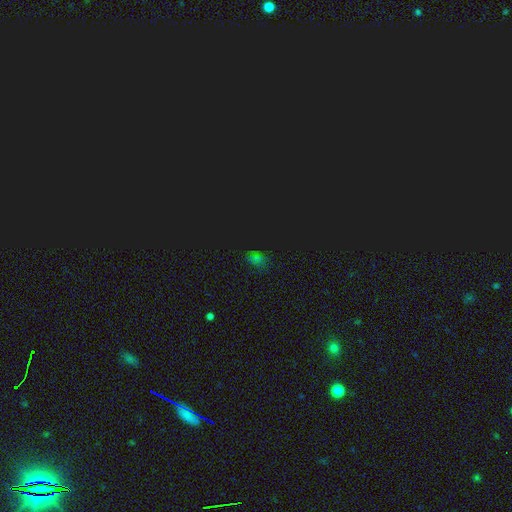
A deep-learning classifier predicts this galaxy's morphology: type=star or artifact (55%).